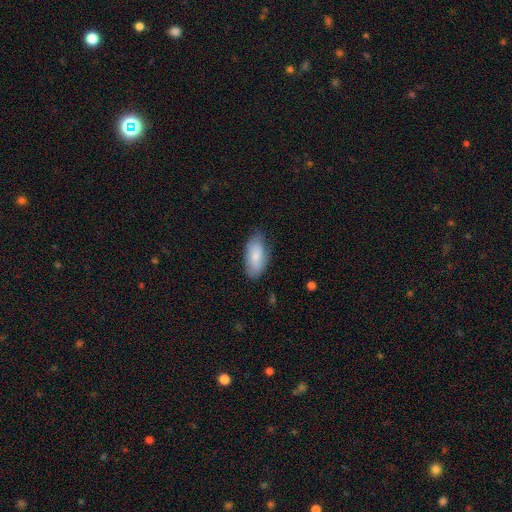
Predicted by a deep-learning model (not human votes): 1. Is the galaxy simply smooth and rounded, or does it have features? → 78% smooth, 16% featured or disk, 6% star or artifact.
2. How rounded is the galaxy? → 90% in between, 8% cigar-shaped, 2% round.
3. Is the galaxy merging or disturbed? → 72% none, 22% minor disturbance, 4% major disturbance, 1% merger.